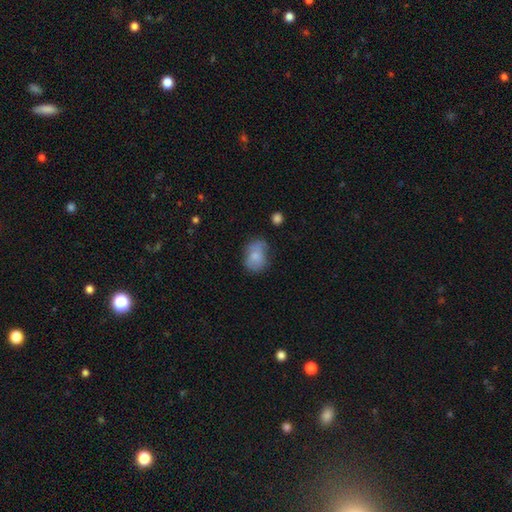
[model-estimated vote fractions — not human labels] This appears to be a smooth galaxy with no disk features (71%) that is in between round and cigar-shaped (61%). Merging: none (47%).